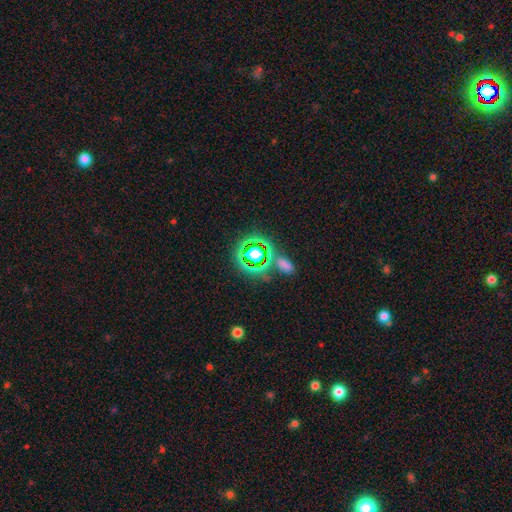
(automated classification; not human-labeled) This is possibly a star or artifact rather than a galaxy (60%).